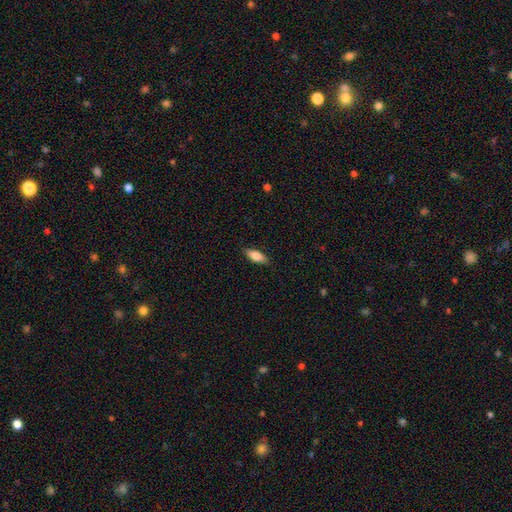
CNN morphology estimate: Q: Smooth or featured?
A: smooth (80%); runner-up: featured or disk (14%)
Q: How rounded?
A: in between (75%); runner-up: cigar-shaped (23%)
Q: Merging?
A: none (85%); runner-up: minor disturbance (11%)